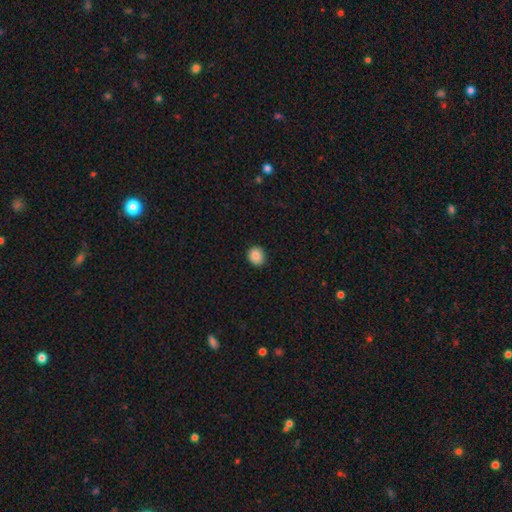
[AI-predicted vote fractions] This is clearly a smooth galaxy (86%). How rounded: clearly round (82%). Merging: clearly none (90%).